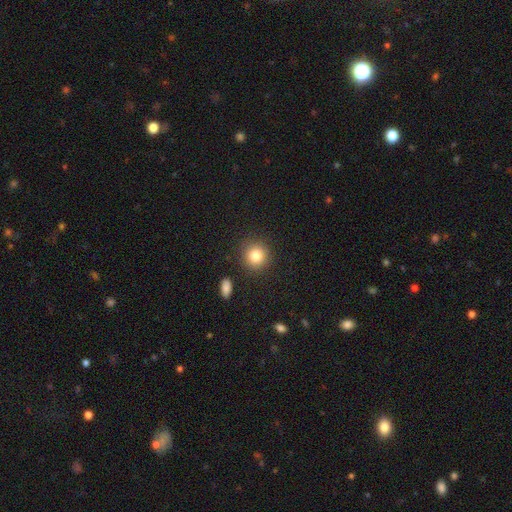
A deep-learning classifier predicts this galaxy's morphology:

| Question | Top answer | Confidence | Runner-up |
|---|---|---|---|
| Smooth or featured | smooth | 83% | star or artifact (10%) |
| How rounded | round | 90% | in between (9%) |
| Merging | none | 88% | minor disturbance (7%) |